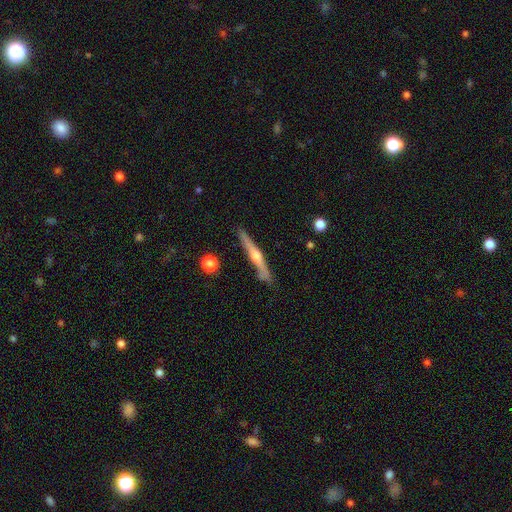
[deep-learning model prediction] Q: Smooth or featured?
A: featured or disk (71%); runner-up: smooth (23%)
Q: Edge-on disk?
A: yes (97%); runner-up: no (3%)
Q: Edge-on bulge?
A: rounded (88%); runner-up: none (8%)
Q: Merging?
A: none (85%); runner-up: minor disturbance (11%)